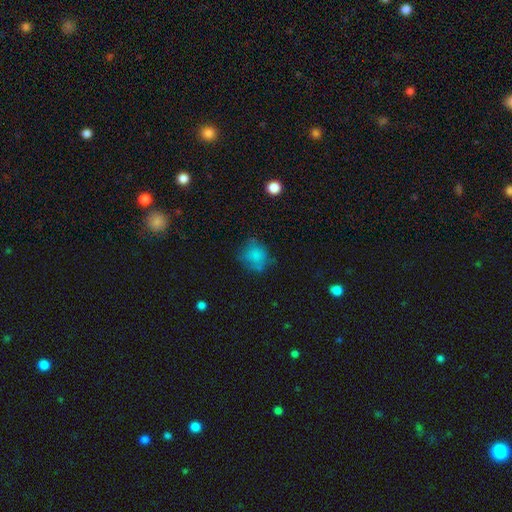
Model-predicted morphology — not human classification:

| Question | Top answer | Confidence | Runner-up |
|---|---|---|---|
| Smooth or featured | smooth | 75% | featured or disk (13%) |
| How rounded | round | 75% | in between (24%) |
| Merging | none | 59% | minor disturbance (25%) |